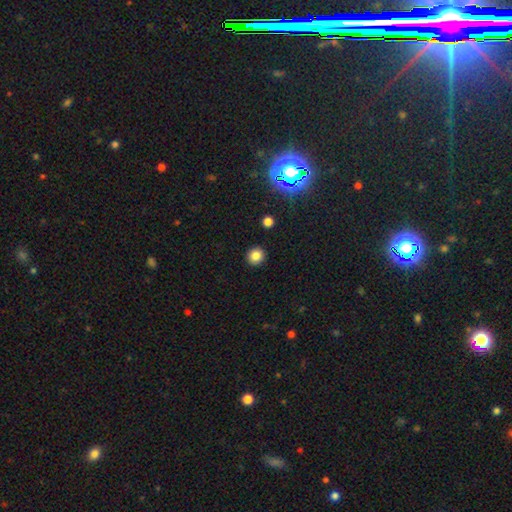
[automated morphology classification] smooth_or_featured: smooth (p=0.83) [alt: star or artifact p=0.12]
how_rounded: round (p=0.93) [alt: in between p=0.06]
merging: none (p=0.92) [alt: minor disturbance p=0.05]